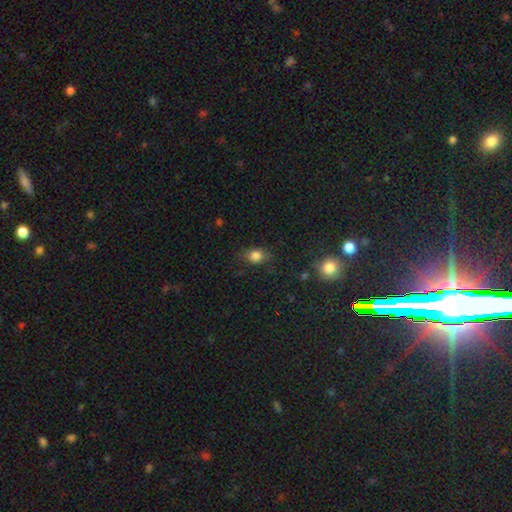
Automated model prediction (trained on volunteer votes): Smooth or featured? smooth (82%)
How rounded? round (54%)
Merging? none (75%)